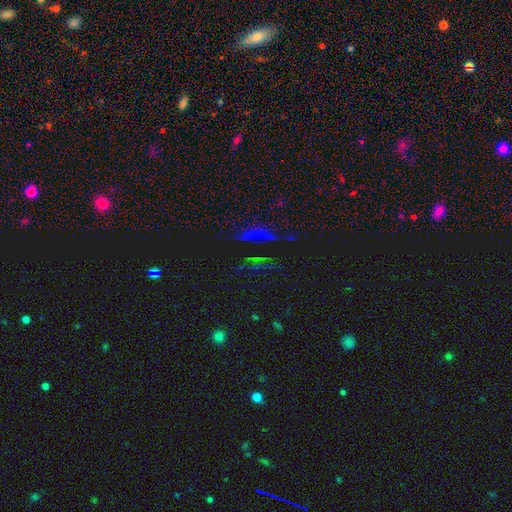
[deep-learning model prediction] Smooth or featured: star or artifact — 64% (smooth — 25%)